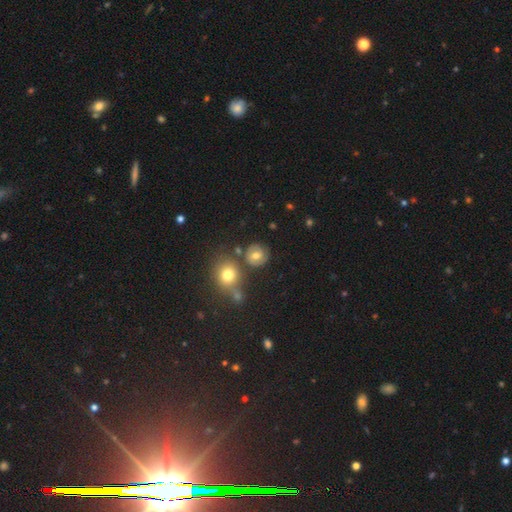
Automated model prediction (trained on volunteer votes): This is possibly a smooth galaxy (55%). How rounded: clearly round (87%). Merging: likely none (74%).